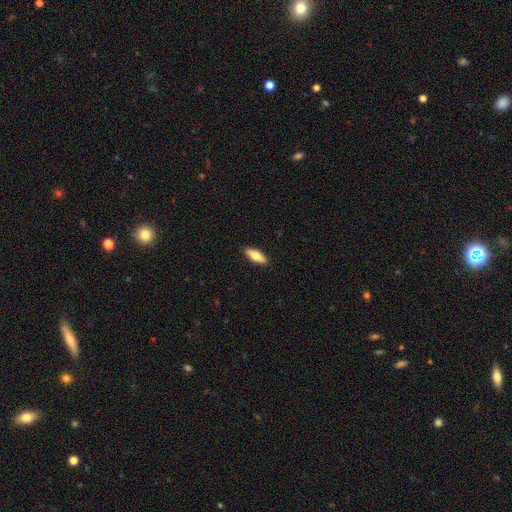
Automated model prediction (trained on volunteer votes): smooth-or-featured: smooth: 68% | featured or disk: 26% | star or artifact: 6%
  how-rounded: in between: 61% | cigar-shaped: 37% | round: 2%
  merging: none: 90% | minor disturbance: 8% | major disturbance: 2% | merger: 1%